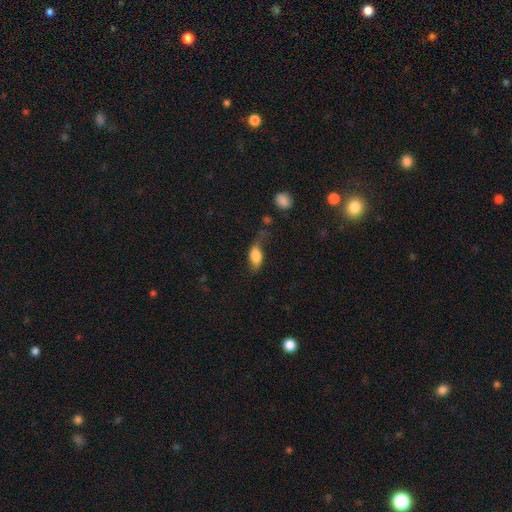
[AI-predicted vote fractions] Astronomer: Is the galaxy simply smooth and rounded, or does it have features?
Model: smooth — 74%.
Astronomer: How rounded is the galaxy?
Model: in between — 86%.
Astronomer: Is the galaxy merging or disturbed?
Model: none — 45% (runner-up: minor disturbance, 30%).